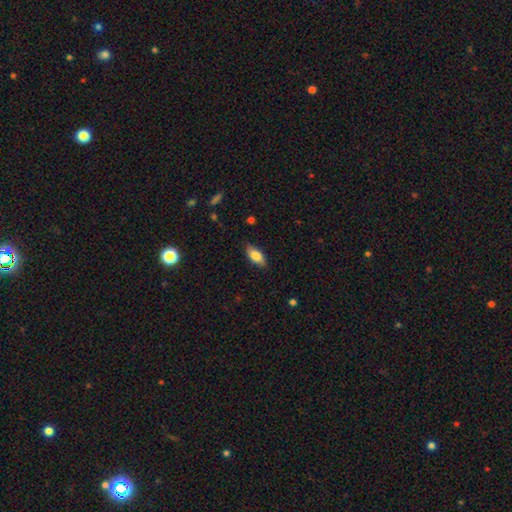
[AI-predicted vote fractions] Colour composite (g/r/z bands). It shows a smooth galaxy with no disk features (79%) that is in between round and cigar-shaped (87%). Merging: none (84%).